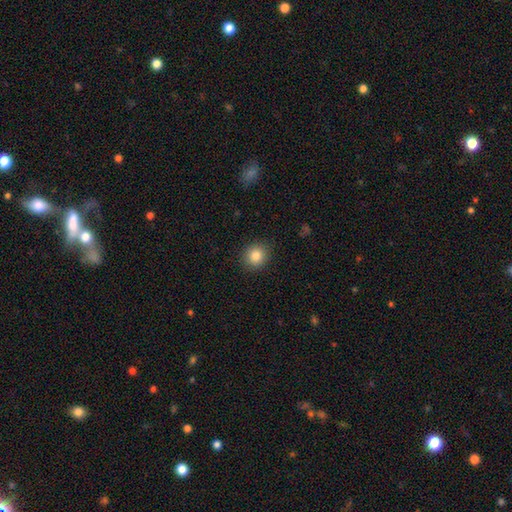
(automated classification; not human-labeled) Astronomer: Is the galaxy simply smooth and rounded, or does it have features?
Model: smooth — 83%.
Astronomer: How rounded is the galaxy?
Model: round — 88%.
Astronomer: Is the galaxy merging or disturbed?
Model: none — 90%.